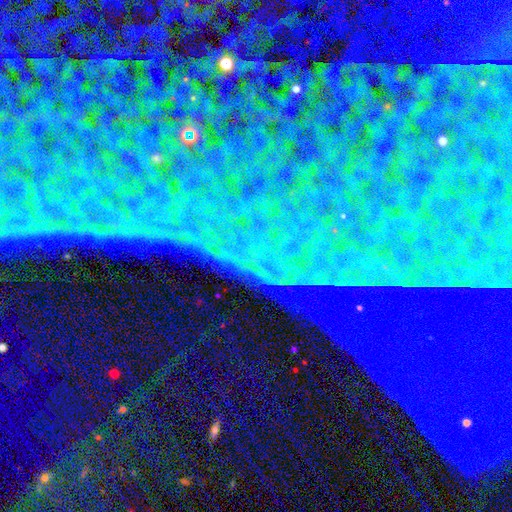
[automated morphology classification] Smooth or featured? star or artifact (87%)